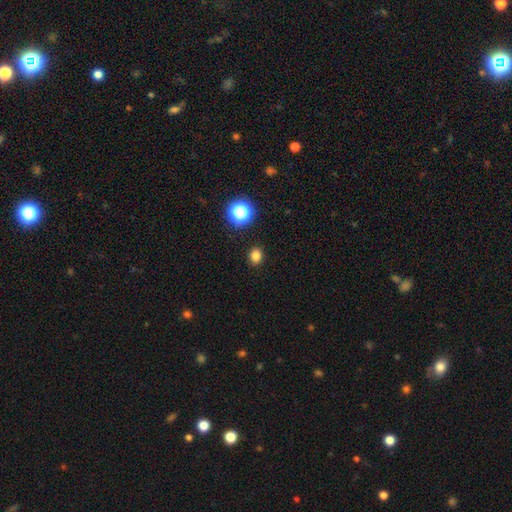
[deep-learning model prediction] Smooth or featured? smooth (79%)
How rounded? round (69%)
Merging? none (90%)